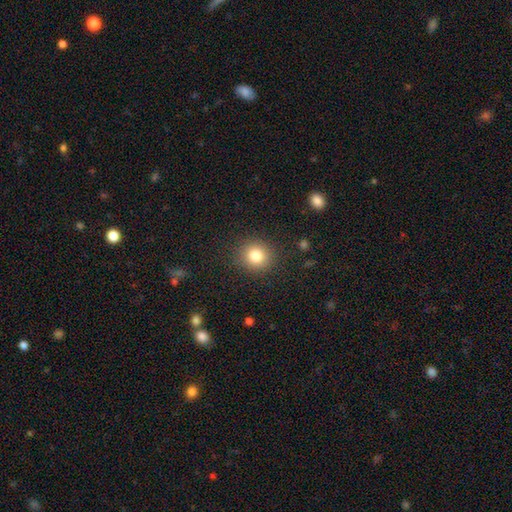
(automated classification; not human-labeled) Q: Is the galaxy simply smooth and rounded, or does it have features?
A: smooth — 82%.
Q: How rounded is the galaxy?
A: round — 88%.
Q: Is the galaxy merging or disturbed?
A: none — 89%.